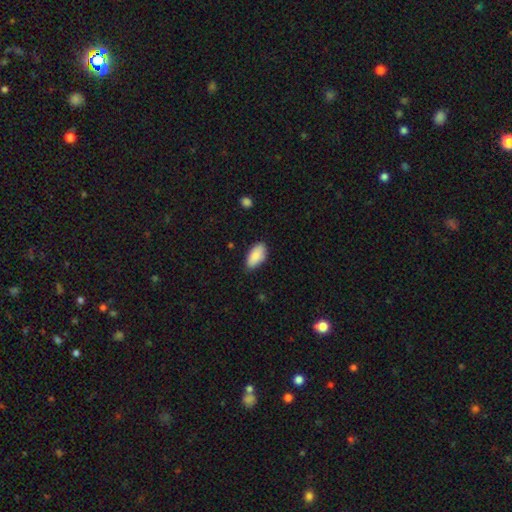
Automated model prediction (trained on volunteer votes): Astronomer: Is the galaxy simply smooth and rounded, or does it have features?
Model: smooth — 87%.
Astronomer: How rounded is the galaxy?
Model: in between — 92%.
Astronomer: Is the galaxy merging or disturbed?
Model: none — 79%.